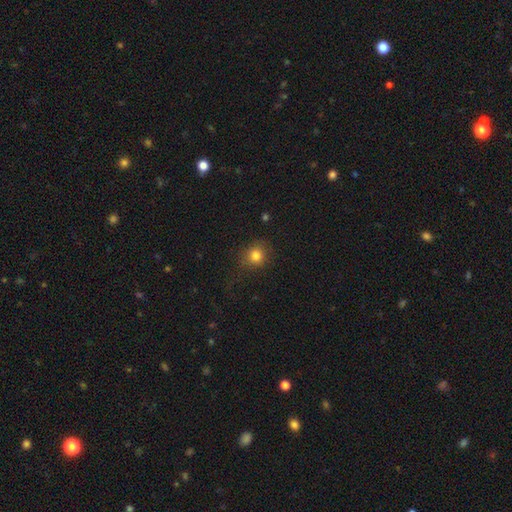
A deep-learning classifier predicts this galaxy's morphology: smooth 81%, star or artifact 12%, featured or disk 6%. Down the decision tree: how rounded — round (86%); merging — none (82%).